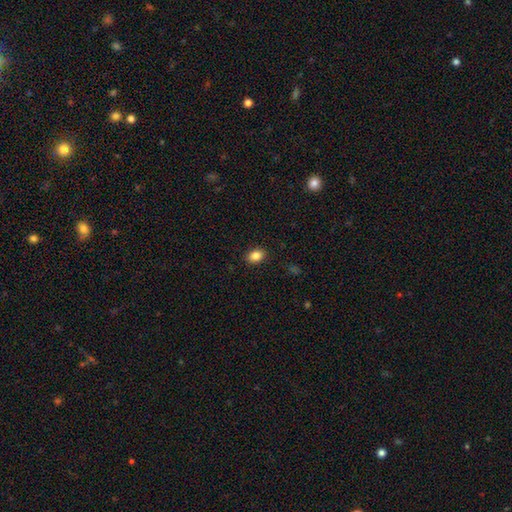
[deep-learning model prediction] A smooth galaxy with no disk features (86%) that is in between round and cigar-shaped (73%). Merging: none (89%).